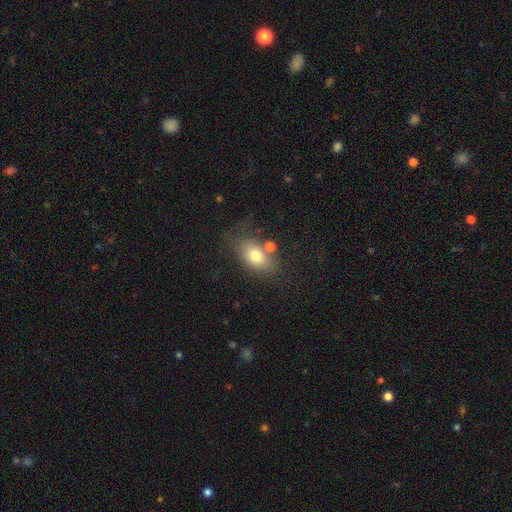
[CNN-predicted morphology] Overall: smooth (74%). How rounded: in between (83%). Merging: none (58%; minor disturbance 18%).